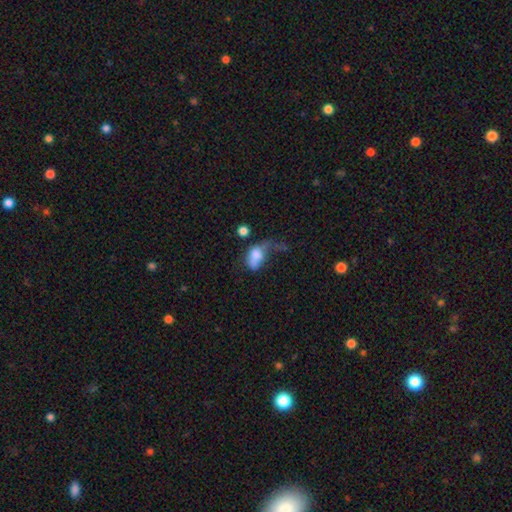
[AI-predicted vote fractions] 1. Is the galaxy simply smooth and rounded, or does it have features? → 68% smooth, 21% featured or disk, 11% star or artifact.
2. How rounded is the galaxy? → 82% in between, 15% round, 4% cigar-shaped.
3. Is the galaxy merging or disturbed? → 49% major disturbance, 19% minor disturbance, 17% merger, 14% none.